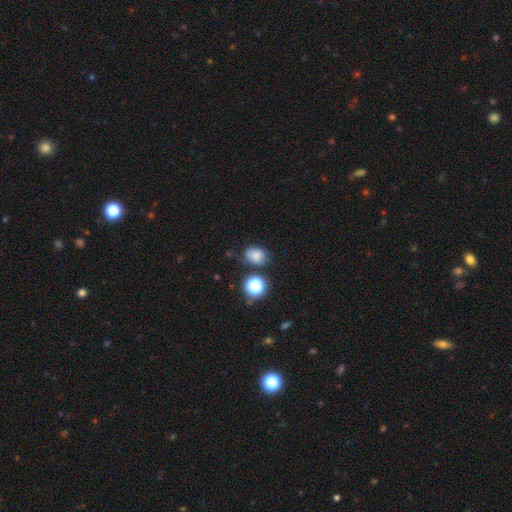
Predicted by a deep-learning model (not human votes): The model was most divided on "how rounded": in between: 59%, round: 40%, cigar-shaped: 1%. More confident: smooth or featured — smooth (75%); merging — none (72%).